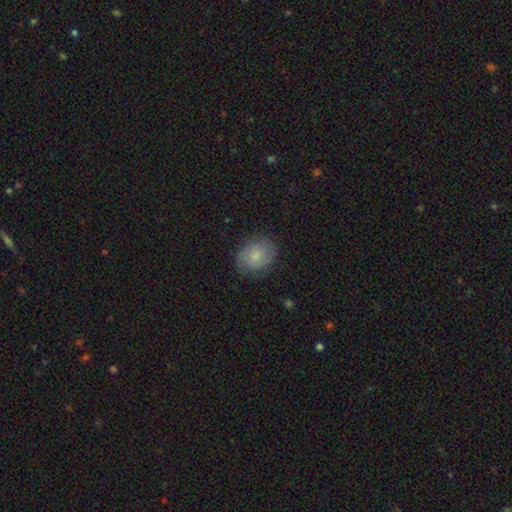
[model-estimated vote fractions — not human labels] Morphology: type=smooth (74%); roundness=in between (54%); merging=none (79%).